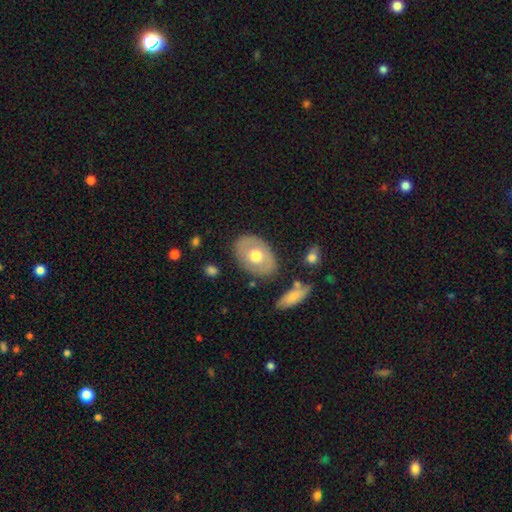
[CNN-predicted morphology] Q: Smooth or featured?
A: smooth (54%); runner-up: featured or disk (41%)
Q: How rounded?
A: in between (79%); runner-up: round (20%)
Q: Merging?
A: none (80%); runner-up: minor disturbance (13%)